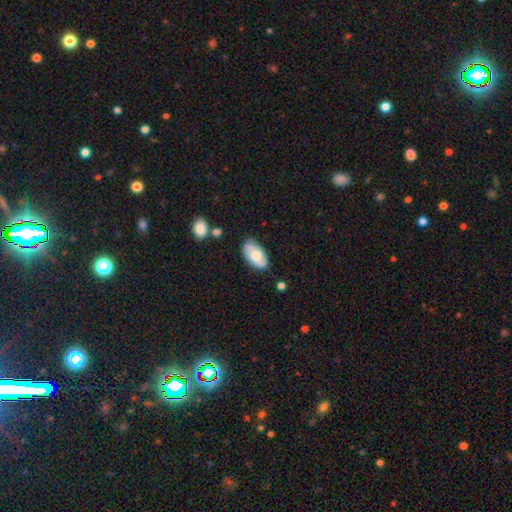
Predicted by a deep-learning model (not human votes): Morphology: type=smooth (58%); roundness=in between (94%); merging=none (75%).